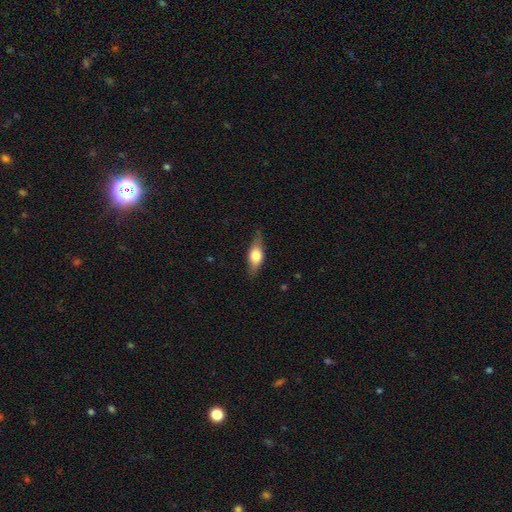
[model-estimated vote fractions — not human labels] smooth 58%, featured or disk 35%, star or artifact 7%. Down the decision tree: how rounded — in between (70%); merging — none (77%).